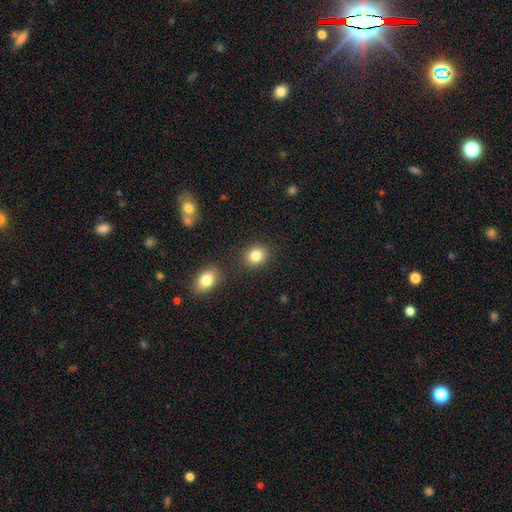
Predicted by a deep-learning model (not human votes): This appears to be a smooth galaxy with no disk features (84%) that is round (62%). Merging: none (84%).